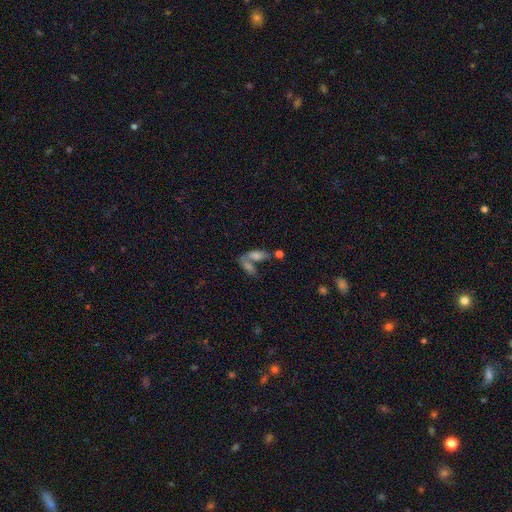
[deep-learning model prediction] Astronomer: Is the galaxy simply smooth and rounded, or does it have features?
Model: smooth — 62%.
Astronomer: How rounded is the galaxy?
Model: in between — 76%.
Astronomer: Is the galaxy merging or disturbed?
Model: merger — 55%.